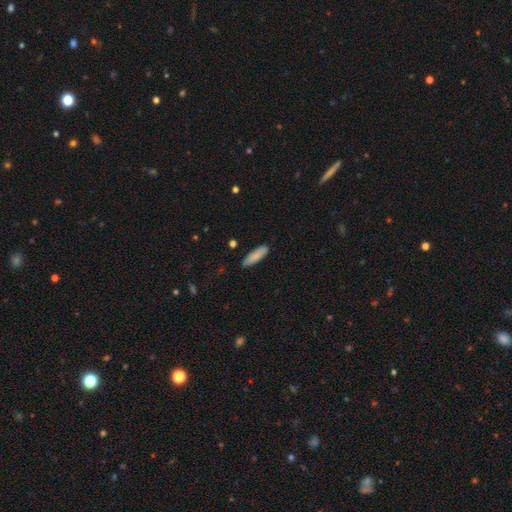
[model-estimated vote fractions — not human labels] Morphology: type=smooth (84%); roundness=cigar-shaped (52%); merging=none (82%).